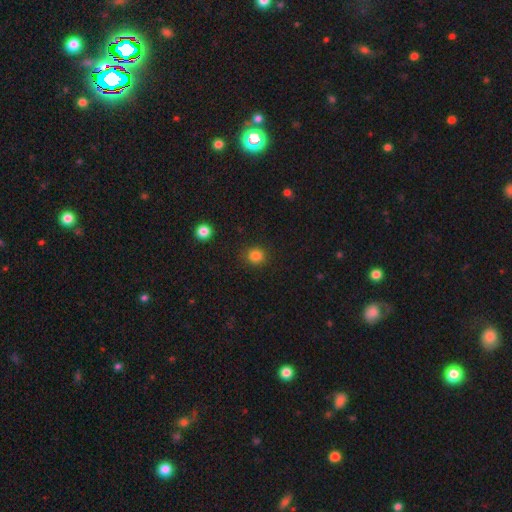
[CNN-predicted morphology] Smooth or featured? Predicted: smooth (p=0.83). How rounded? Predicted: round (p=0.91). Merging? Predicted: none (p=0.90).